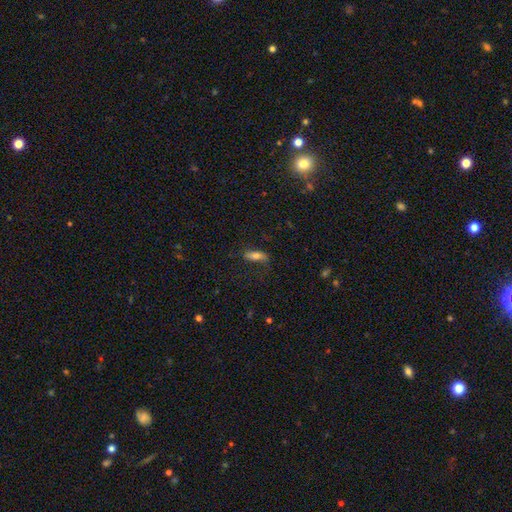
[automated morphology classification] smooth 72%, featured or disk 20%, star or artifact 8%. Down the decision tree: how rounded — in between (62%); merging — none (68%).